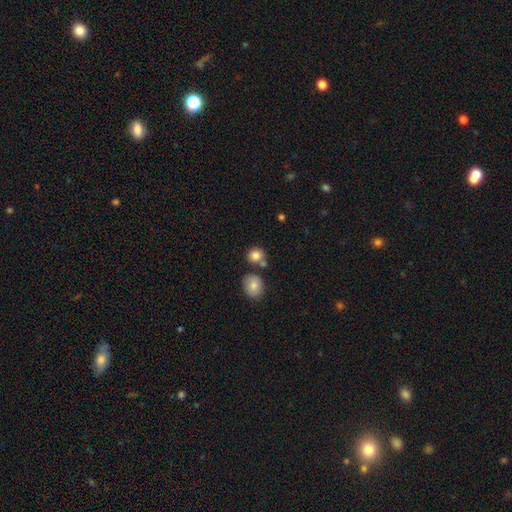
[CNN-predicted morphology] smooth 83%, star or artifact 10%, featured or disk 7%. Down the decision tree: how rounded — round (81%); merging — none (64%).